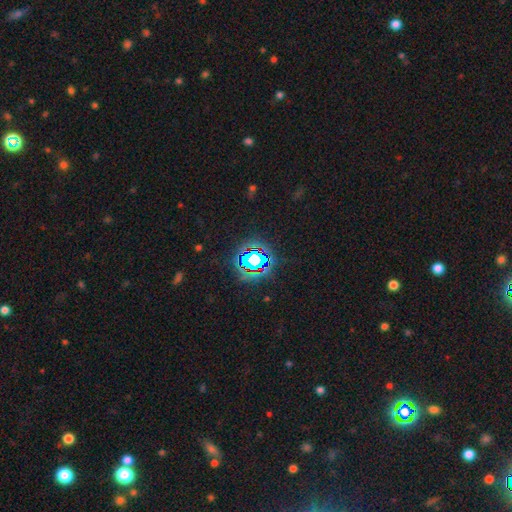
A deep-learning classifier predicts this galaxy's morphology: This appears to be a star or artifact, not a galaxy (72%).